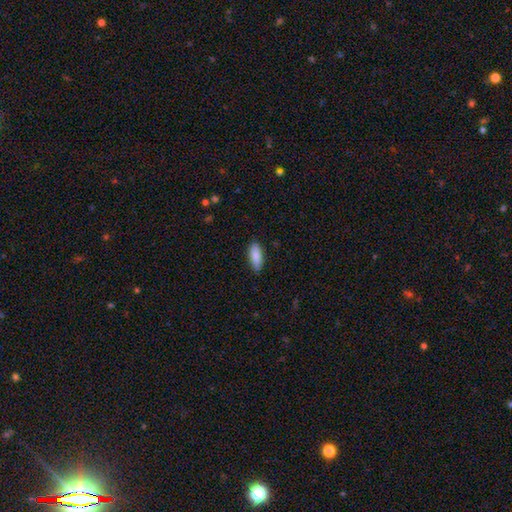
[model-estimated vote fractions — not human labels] A smooth galaxy with no disk features (88%) that is in between round and cigar-shaped (74%). Merging: none (86%).